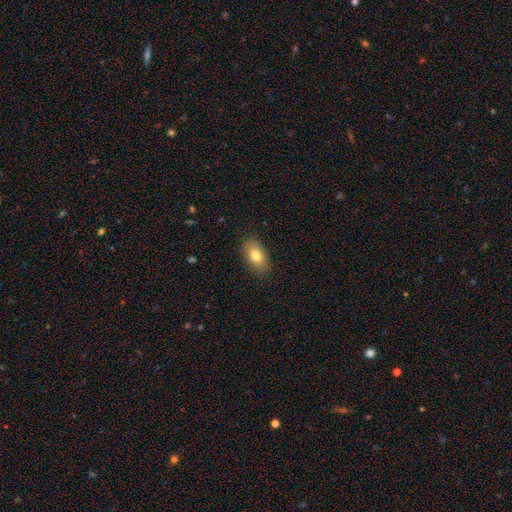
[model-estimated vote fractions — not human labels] Overall: smooth (79%). How rounded: in between (91%). Merging: none (86%).